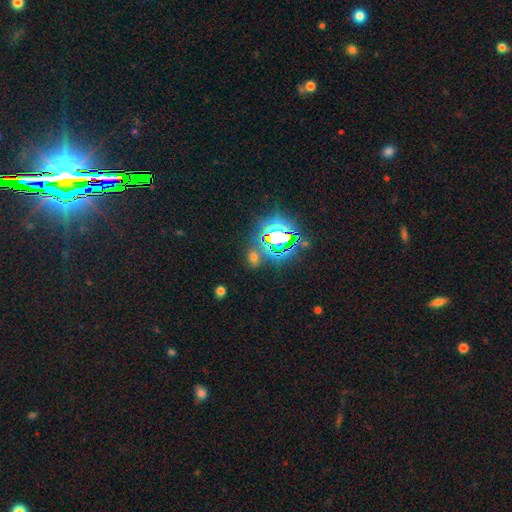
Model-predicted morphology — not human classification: Q: Smooth or featured?
A: star or artifact (74%); runner-up: smooth (17%)